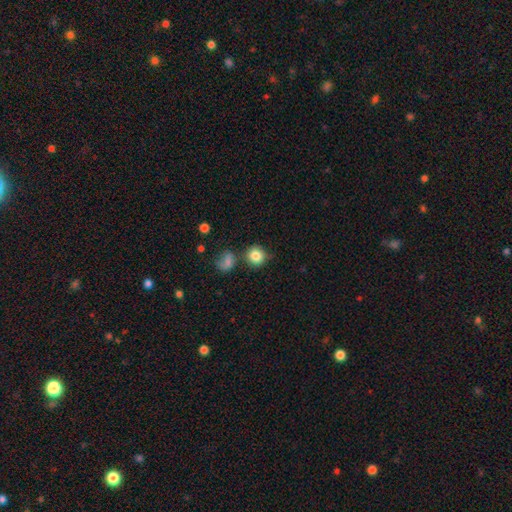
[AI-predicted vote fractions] smooth 83%, star or artifact 10%, featured or disk 7%. Down the decision tree: how rounded — round (88%); merging — none (71%).